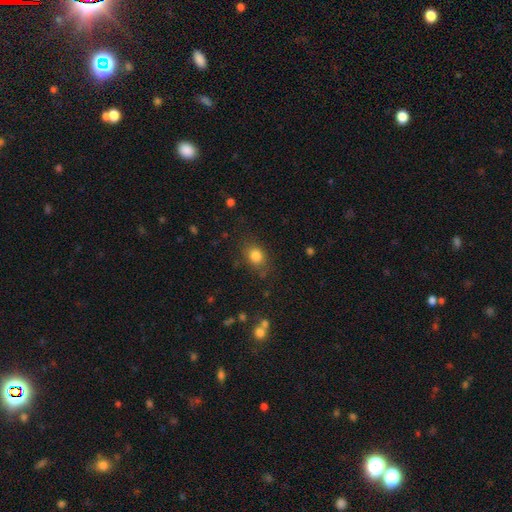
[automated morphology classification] Smooth or featured? smooth (82%)
How rounded? round (54%)
Merging? none (78%)